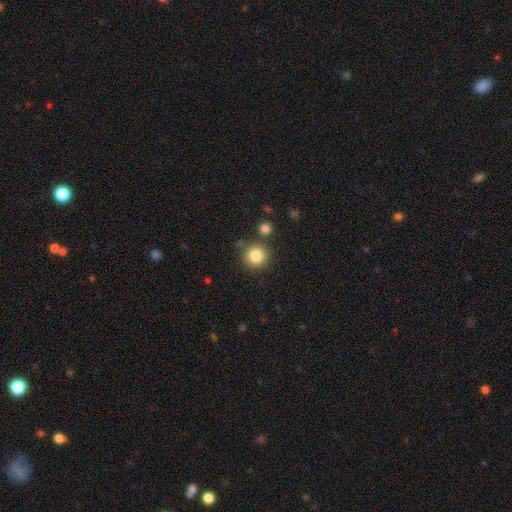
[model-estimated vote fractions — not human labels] smooth-or-featured: smooth: 84% | star or artifact: 10% | featured or disk: 6%
  how-rounded: round: 94% | in between: 5% | cigar-shaped: 1%
  merging: none: 82% | minor disturbance: 9% | merger: 7% | major disturbance: 3%